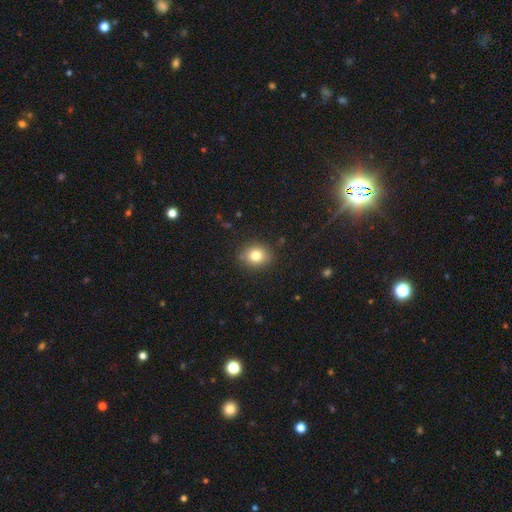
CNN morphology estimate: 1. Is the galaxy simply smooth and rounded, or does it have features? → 80% smooth, 11% star or artifact, 9% featured or disk.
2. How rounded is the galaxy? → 65% round, 34% in between, 1% cigar-shaped.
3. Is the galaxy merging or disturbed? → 86% none, 11% minor disturbance, 3% major disturbance, 1% merger.